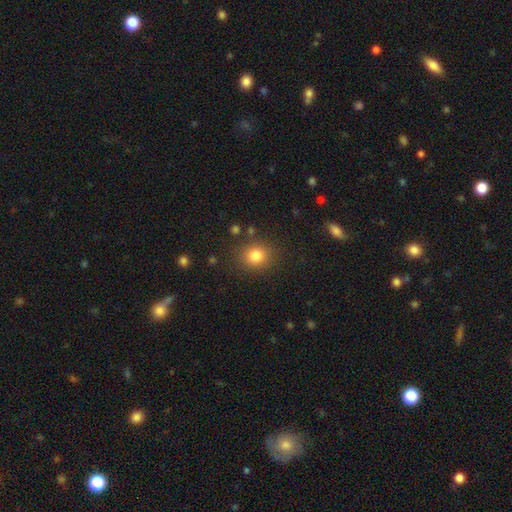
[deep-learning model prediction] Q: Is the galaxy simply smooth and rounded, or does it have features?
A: smooth — 81%.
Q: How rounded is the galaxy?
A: round — 77%.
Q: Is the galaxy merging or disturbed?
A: none — 84%.